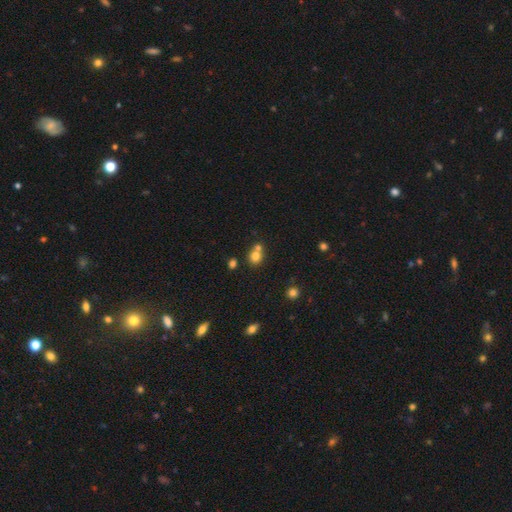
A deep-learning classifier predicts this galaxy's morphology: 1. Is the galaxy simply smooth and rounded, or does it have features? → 76% smooth, 14% star or artifact, 10% featured or disk.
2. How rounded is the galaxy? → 79% round, 20% in between, 1% cigar-shaped.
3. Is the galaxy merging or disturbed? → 46% none, 44% merger, 8% minor disturbance, 3% major disturbance.